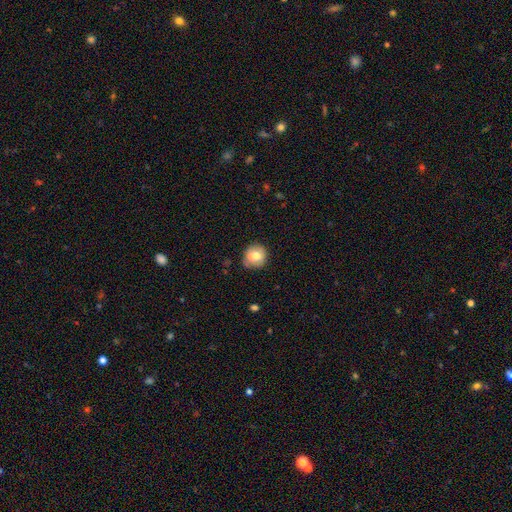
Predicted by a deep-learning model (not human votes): smooth_or_featured: smooth (p=0.76) [alt: featured or disk p=0.15]
how_rounded: round (p=0.89) [alt: in between p=0.10]
merging: none (p=0.76) [alt: minor disturbance p=0.19]